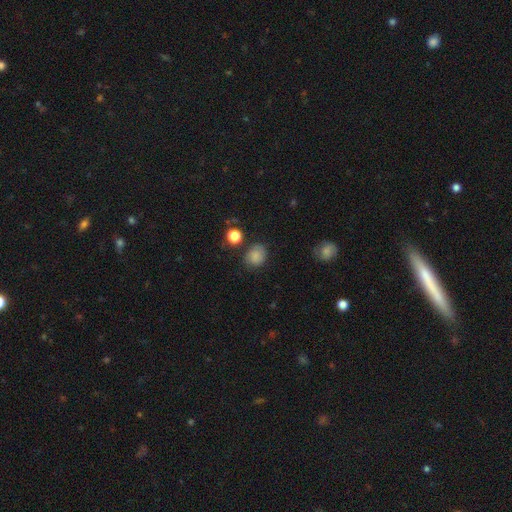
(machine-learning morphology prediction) Q: Smooth or featured?
A: smooth (77%); runner-up: star or artifact (12%)
Q: How rounded?
A: round (66%); runner-up: in between (33%)
Q: Merging?
A: none (73%); runner-up: minor disturbance (19%)